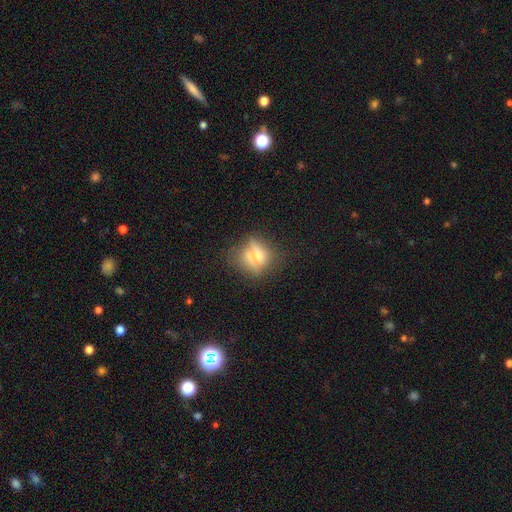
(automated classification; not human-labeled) This appears to be a smooth galaxy with no disk features (53%) that is round (60%). Merging: none (52%).